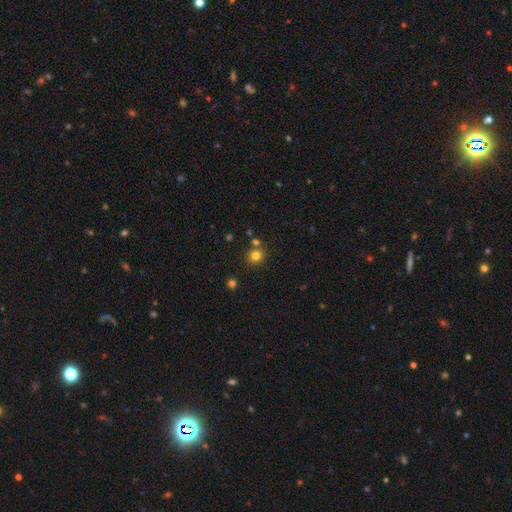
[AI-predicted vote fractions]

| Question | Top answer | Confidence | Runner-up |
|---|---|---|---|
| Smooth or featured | smooth | 80% | star or artifact (14%) |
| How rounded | round | 86% | in between (13%) |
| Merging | none | 78% | merger (11%) |